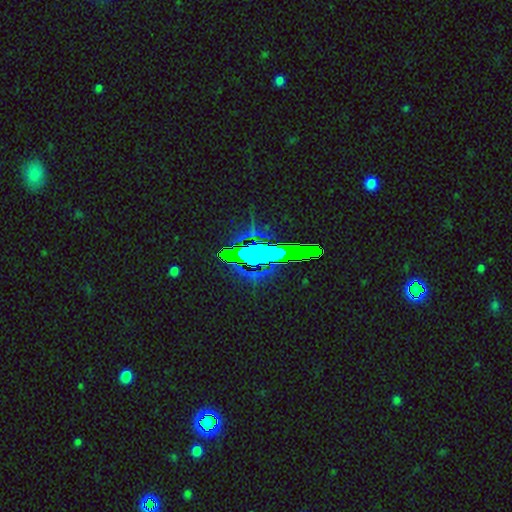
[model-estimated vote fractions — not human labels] Overall: star or artifact (69%).